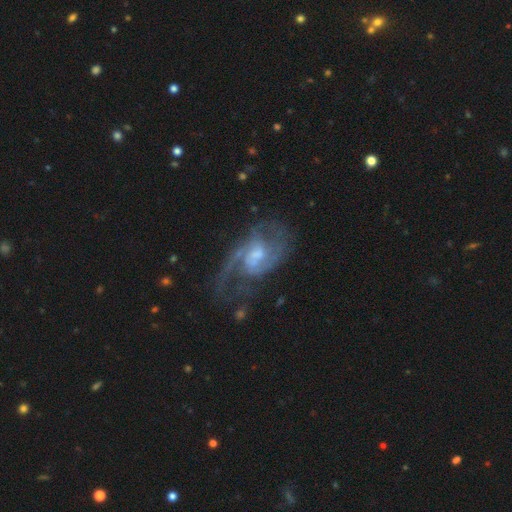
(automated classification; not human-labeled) The model was most divided on "bulge size": moderate: 42%, small: 41%, none: 10%, large: 6%, dominant: 1%. Remaining: edge-on disk — no (97%); spiral arms — yes (94%); smooth or featured — featured or disk (86%); spiral arm count — 2 (62%); spiral winding — medium (50%); merging — none (49%); bar — weak (48%).